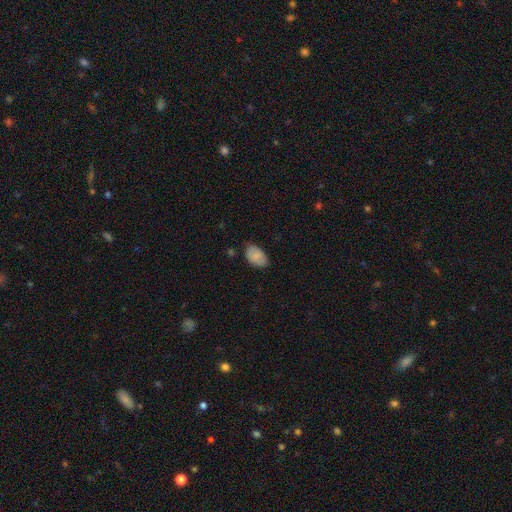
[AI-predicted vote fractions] Smooth or featured?
  - smooth: 81% *
  - featured or disk: 12%
  - star or artifact: 7%
How rounded?
  - in between: 91% *
  - round: 8%
  - cigar-shaped: 1%
Merging?
  - none: 73% *
  - minor disturbance: 22%
  - major disturbance: 3%
  - merger: 1%